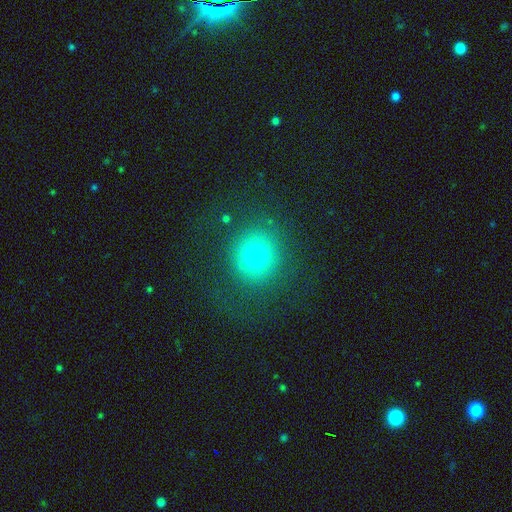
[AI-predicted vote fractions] Smooth or featured: smooth — 72% (star or artifact — 18%)
How rounded: round — 91% (in between — 8%)
Merging: none — 77% (minor disturbance — 10%)